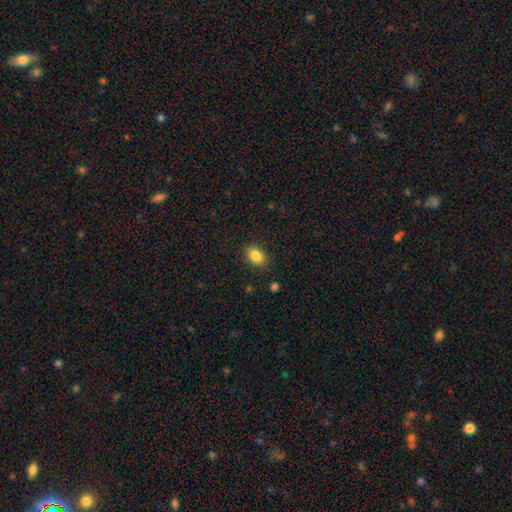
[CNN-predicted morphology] Q: Smooth or featured?
A: smooth (85%); runner-up: star or artifact (9%)
Q: How rounded?
A: in between (76%); runner-up: round (23%)
Q: Merging?
A: none (87%); runner-up: minor disturbance (9%)